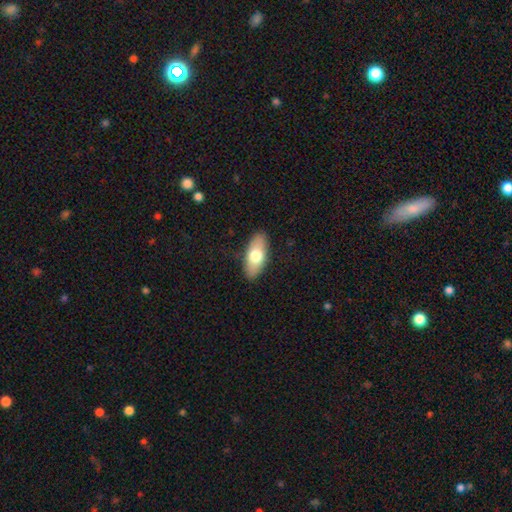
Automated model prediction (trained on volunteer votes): Morphology: type=smooth (71%); roundness=in between (85%); merging=none (88%).